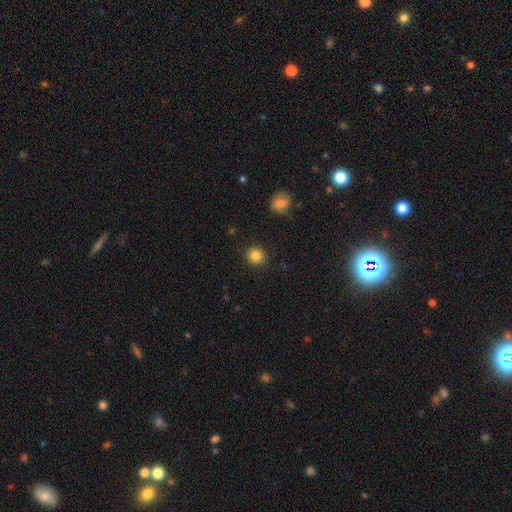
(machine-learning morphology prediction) Smooth or featured? Predicted: smooth (p=0.84). How rounded? Predicted: round (p=0.92). Merging? Predicted: none (p=0.91).